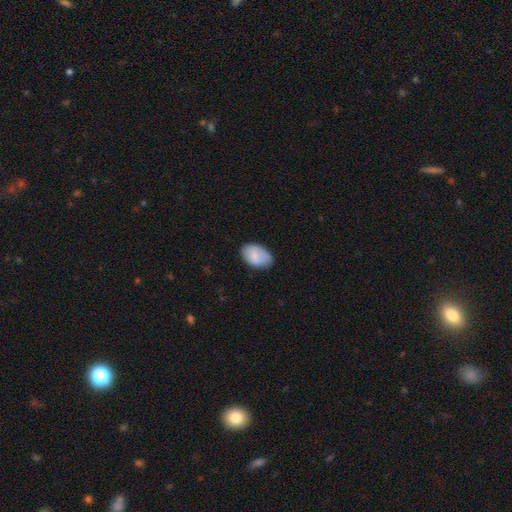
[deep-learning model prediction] Q: Smooth or featured?
A: smooth (81%); runner-up: featured or disk (13%)
Q: How rounded?
A: in between (91%); runner-up: round (8%)
Q: Merging?
A: none (76%); runner-up: minor disturbance (20%)